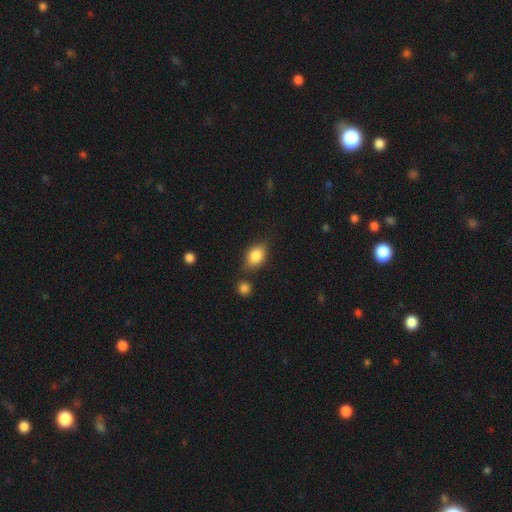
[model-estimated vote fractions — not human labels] Smooth or featured: smooth — 84% (featured or disk — 8%)
How rounded: in between — 79% (round — 19%)
Merging: none — 70% (minor disturbance — 17%)